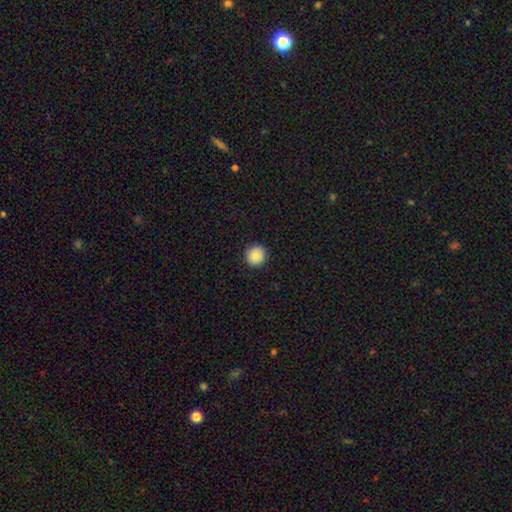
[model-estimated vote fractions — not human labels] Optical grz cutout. It shows a smooth galaxy with no disk features (86%) that is round (94%). Merging: none (92%).